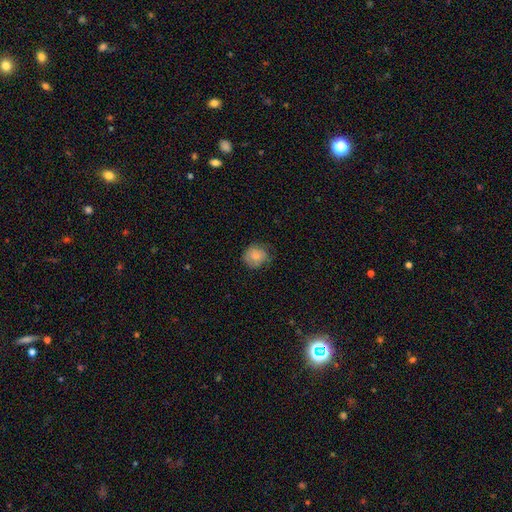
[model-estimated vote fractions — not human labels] This appears to be a smooth galaxy with no disk features (76%) that is round (82%). Merging: none (64%).